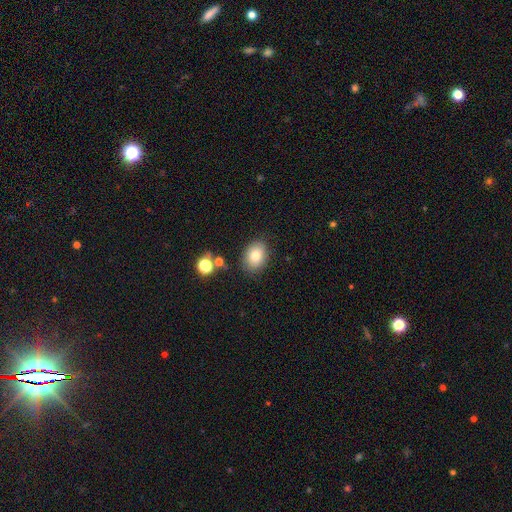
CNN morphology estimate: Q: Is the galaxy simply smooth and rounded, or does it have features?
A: smooth — 79%.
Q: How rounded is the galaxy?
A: in between — 67%.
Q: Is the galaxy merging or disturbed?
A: none — 81%.